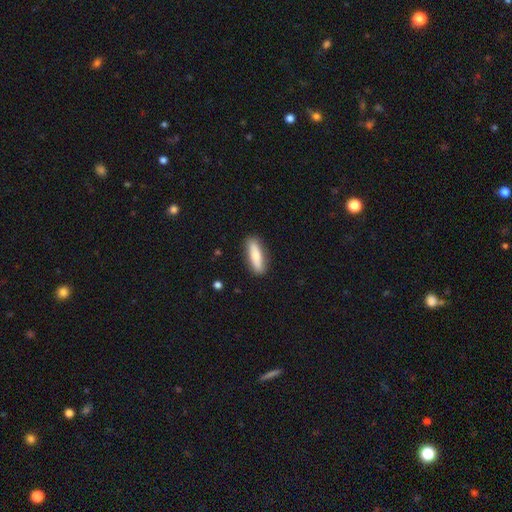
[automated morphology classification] This appears to be a smooth galaxy with no disk features (75%) that is cigar-shaped (60%). Merging: none (87%).